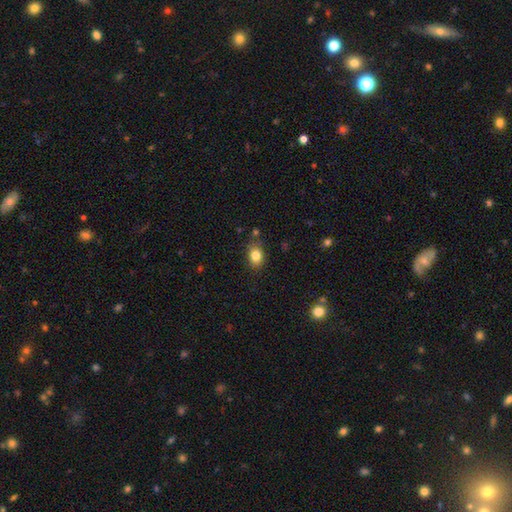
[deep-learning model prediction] Smooth or featured? Predicted: smooth (p=0.82). How rounded? Predicted: in between (p=0.65). Merging? Predicted: none (p=0.76).